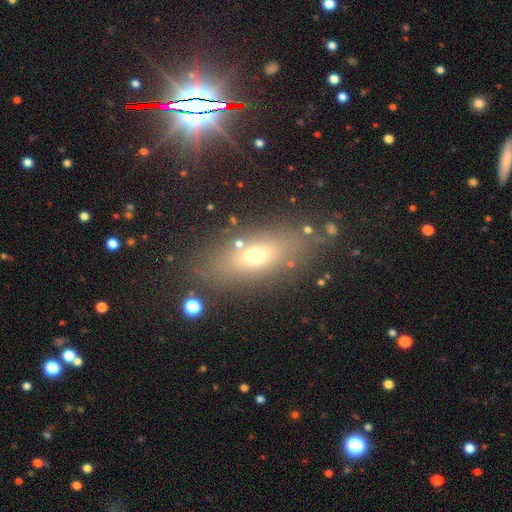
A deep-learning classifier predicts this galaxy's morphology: smooth 61%, featured or disk 23%, star or artifact 16%. Down the decision tree: how rounded — in between (66%); merging — none (78%).